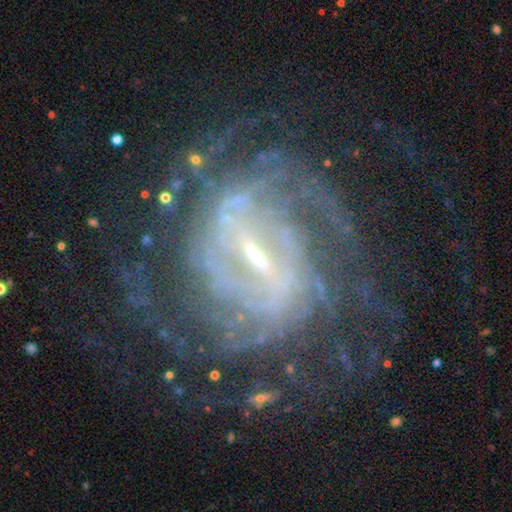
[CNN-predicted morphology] A featured or disk galaxy (89%) with a strong bar (56%), tight (62%) spiral arms (96%) and a small central bulge (70%). Merging: none (70%).